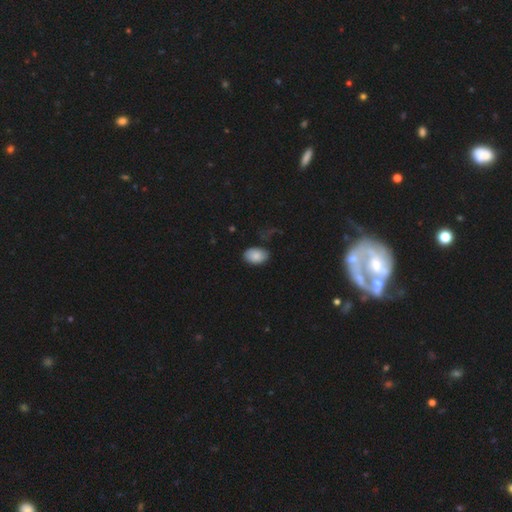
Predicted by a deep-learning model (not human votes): smooth-or-featured: smooth: 84% | featured or disk: 8% | star or artifact: 8%
  how-rounded: in between: 88% | round: 10% | cigar-shaped: 1%
  merging: none: 74% | minor disturbance: 20% | major disturbance: 5% | merger: 2%